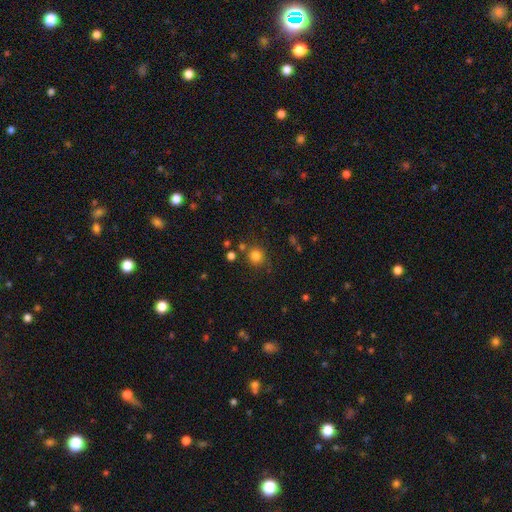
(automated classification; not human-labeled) Morphology: type=smooth (80%); roundness=round (91%); merging=none (79%).